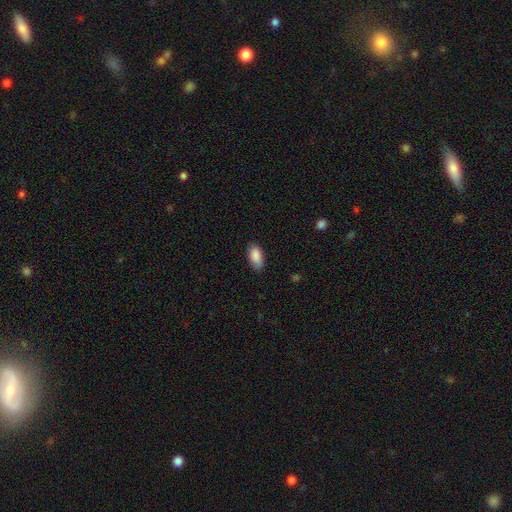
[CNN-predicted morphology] Smooth or featured?
  - smooth: 89% *
  - star or artifact: 7%
  - featured or disk: 4%
How rounded?
  - in between: 90% *
  - cigar-shaped: 7%
  - round: 3%
Merging?
  - none: 81% *
  - minor disturbance: 15%
  - major disturbance: 3%
  - merger: 1%